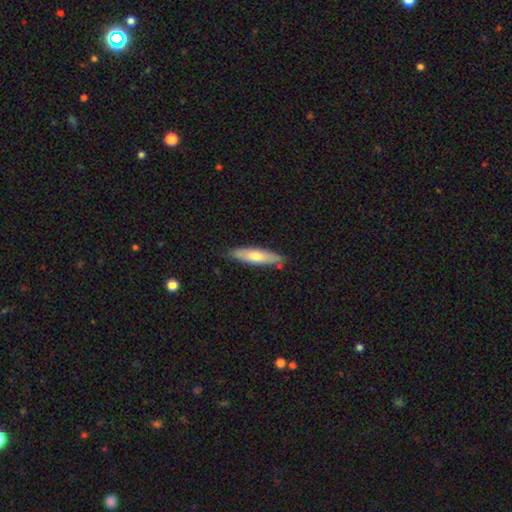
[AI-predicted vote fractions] smooth 60%, featured or disk 34%, star or artifact 5%. Down the decision tree: how rounded — cigar-shaped (68%); merging — none (81%).